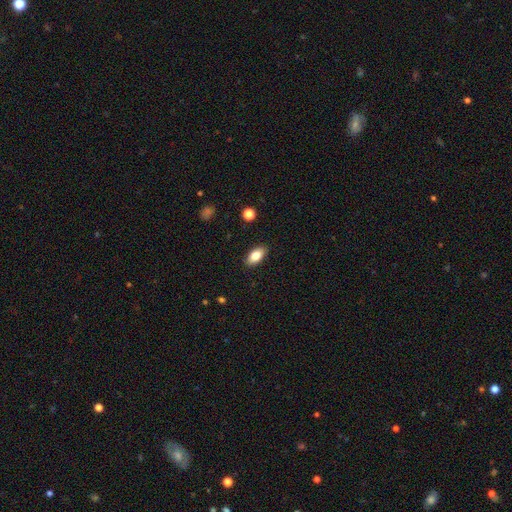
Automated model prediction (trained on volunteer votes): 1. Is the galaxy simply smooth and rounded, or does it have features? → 81% smooth, 11% featured or disk, 8% star or artifact.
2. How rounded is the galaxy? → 91% in between, 5% cigar-shaped, 4% round.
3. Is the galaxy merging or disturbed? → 88% none, 9% minor disturbance, 2% major disturbance, 1% merger.